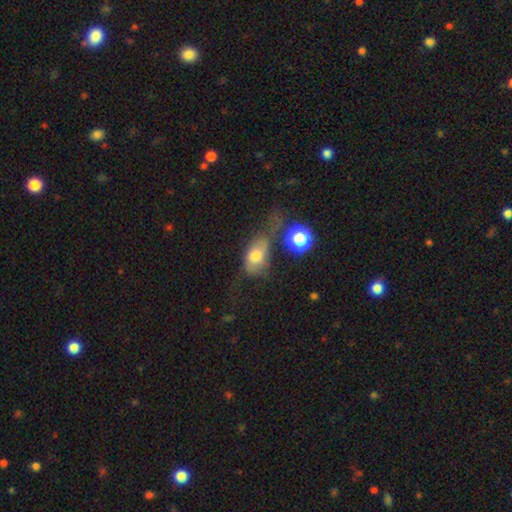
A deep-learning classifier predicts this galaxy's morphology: Smooth or featured: smooth — 68% (featured or disk — 20%)
How rounded: in between — 81% (round — 16%)
Merging: none — 32% (major disturbance — 31%)